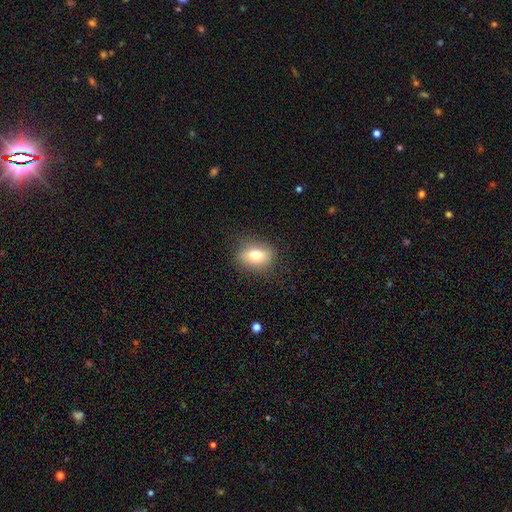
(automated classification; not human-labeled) Smooth or featured? Predicted: smooth (p=0.73). How rounded? Predicted: in between (p=0.65). Merging? Predicted: none (p=0.85).